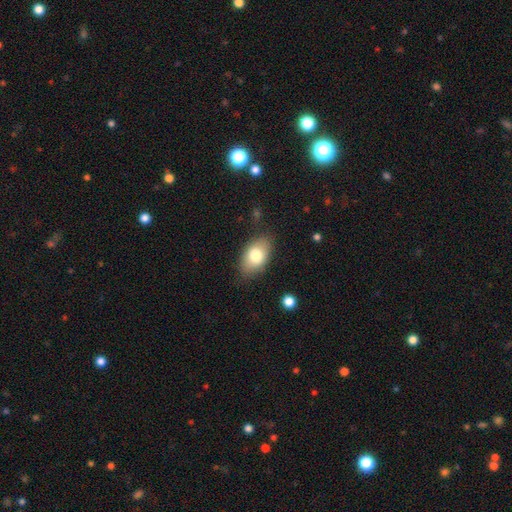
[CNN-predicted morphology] This is likely a smooth galaxy (76%). How rounded: clearly in between (91%). Merging: clearly none (81%).